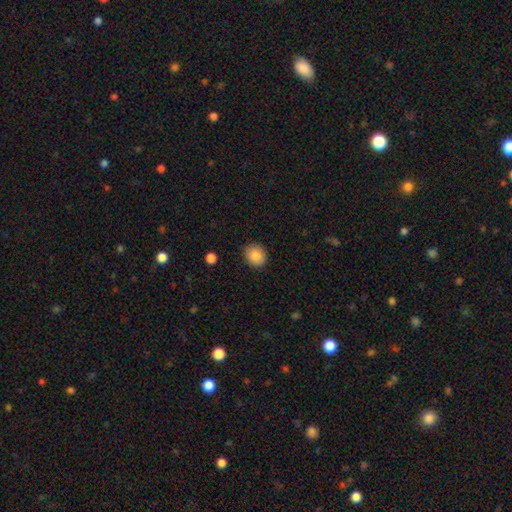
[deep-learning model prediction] Smooth or featured: smooth — 87% (star or artifact — 8%)
How rounded: round — 71% (in between — 28%)
Merging: none — 88% (minor disturbance — 9%)